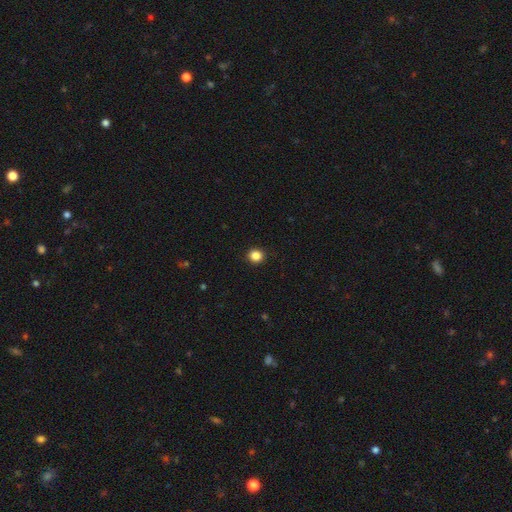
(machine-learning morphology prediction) smooth_or_featured: smooth (p=0.86) [alt: star or artifact p=0.11]
how_rounded: round (p=0.89) [alt: in between p=0.10]
merging: none (p=0.93) [alt: minor disturbance p=0.05]